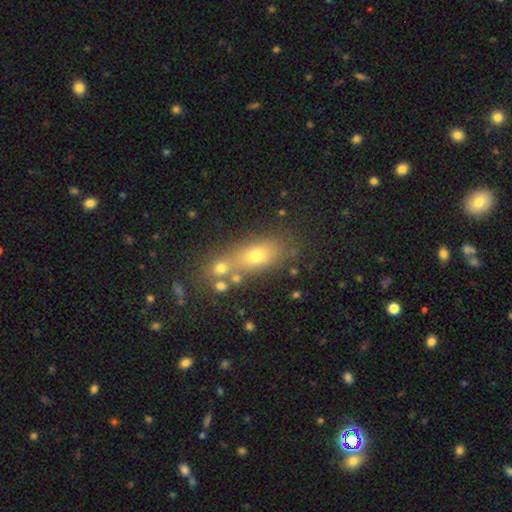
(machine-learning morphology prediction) Smooth or featured: smooth — 64% (featured or disk — 20%)
How rounded: in between — 65% (round — 18%)
Merging: none — 53% (merger — 28%)